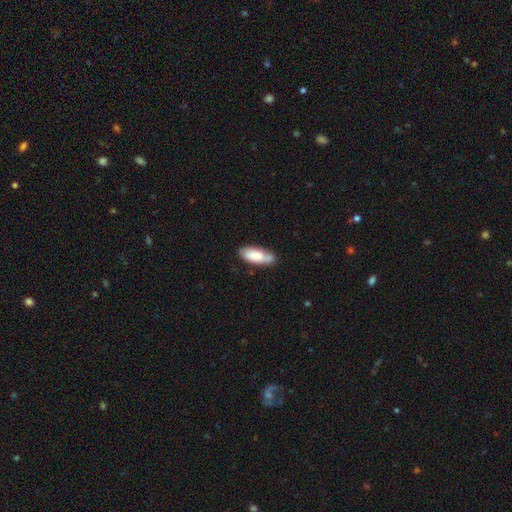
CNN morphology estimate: Smooth or featured: smooth — 75% (featured or disk — 19%)
How rounded: in between — 74% (cigar-shaped — 24%)
Merging: none — 67% (minor disturbance — 24%)